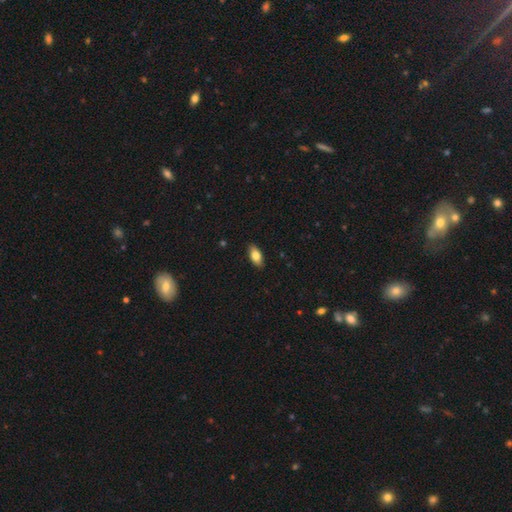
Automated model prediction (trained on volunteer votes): smooth-or-featured: smooth: 80% | featured or disk: 13% | star or artifact: 7%
  how-rounded: in between: 89% | cigar-shaped: 7% | round: 4%
  merging: none: 88% | minor disturbance: 9% | major disturbance: 2% | merger: 1%